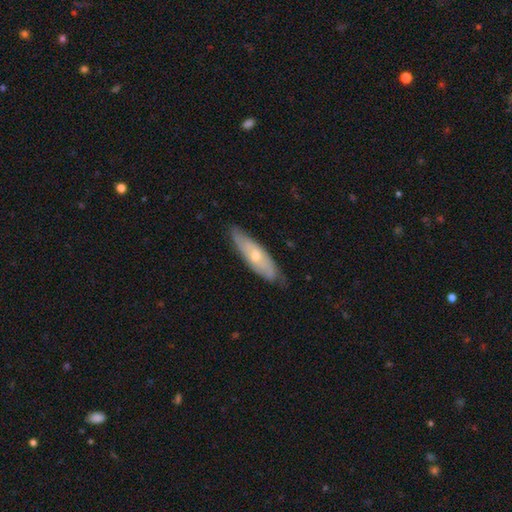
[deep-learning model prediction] smooth_or_featured: featured or disk (p=0.56) [alt: smooth p=0.39]
disk_edge_on: no (p=0.62) [alt: yes p=0.38]
merging: none (p=0.76) [alt: minor disturbance p=0.19]